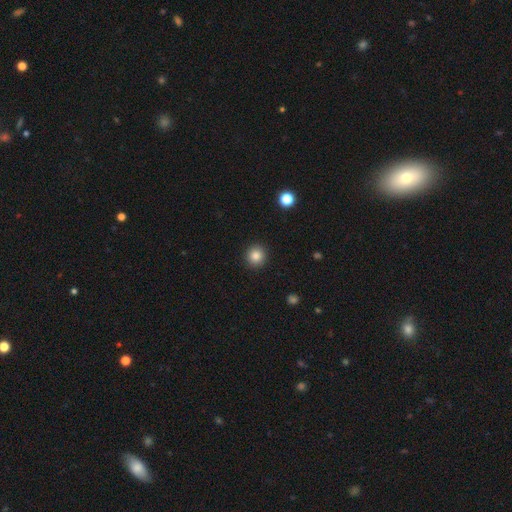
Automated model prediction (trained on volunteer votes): The model was most divided on "smooth or featured": smooth: 85%, star or artifact: 11%, featured or disk: 5%. More confident: how rounded — round (92%); merging — none (92%).